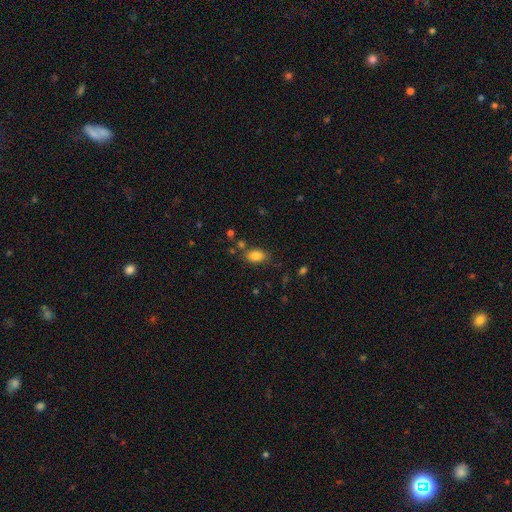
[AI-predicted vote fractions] Morphology: type=smooth (84%); roundness=in between (89%); merging=none (75%).